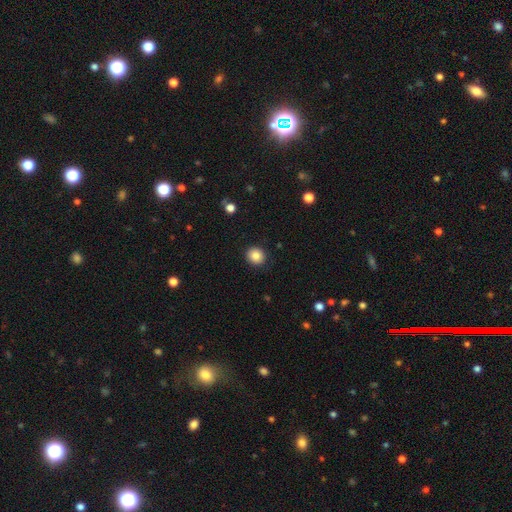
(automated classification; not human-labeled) A smooth galaxy with no disk features (84%) that is round (89%).

Vote fractions:
- Smooth or featured? smooth: 84% / star or artifact: 10% / featured or disk: 6%
- How rounded? round: 89% / in between: 10% / cigar-shaped: 1%
- Merging? none: 90% / minor disturbance: 7% / major disturbance: 2% / merger: 1%